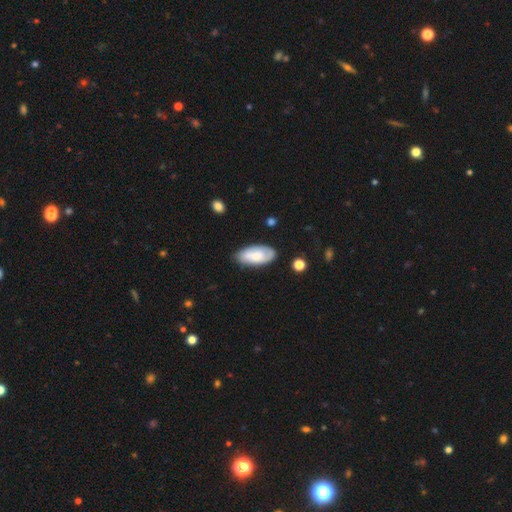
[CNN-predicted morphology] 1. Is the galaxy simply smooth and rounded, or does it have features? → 61% smooth, 33% featured or disk, 6% star or artifact.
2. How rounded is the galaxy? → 92% in between, 6% cigar-shaped, 2% round.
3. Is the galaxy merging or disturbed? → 73% none, 20% minor disturbance, 4% major disturbance, 2% merger.